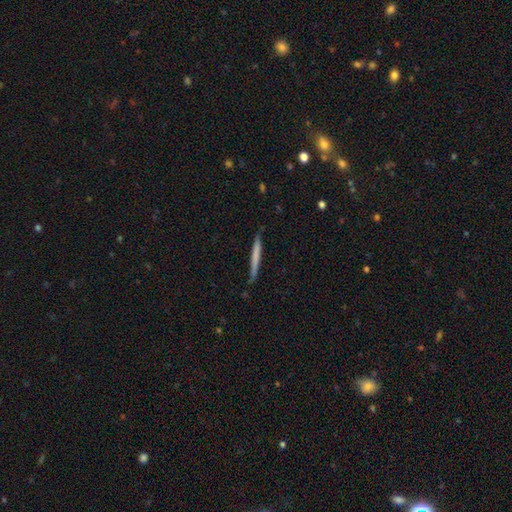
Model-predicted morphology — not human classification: smooth_or_featured: smooth (p=0.63) [alt: featured or disk p=0.32]
how_rounded: cigar-shaped (p=0.97) [alt: in between p=0.02]
merging: none (p=0.86) [alt: minor disturbance p=0.11]